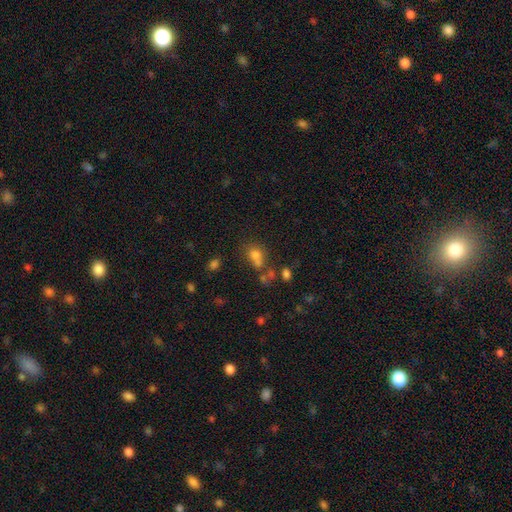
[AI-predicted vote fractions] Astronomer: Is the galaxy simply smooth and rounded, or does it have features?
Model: smooth — 71%.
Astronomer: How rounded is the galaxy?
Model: round — 52% (runner-up: in between, 46%).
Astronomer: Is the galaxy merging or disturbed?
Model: none — 41% (runner-up: merger, 36%).